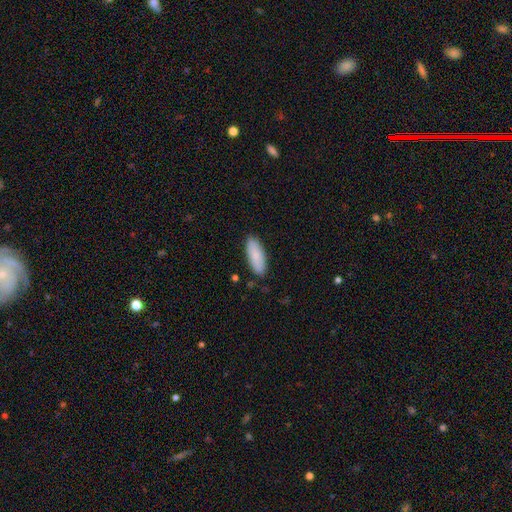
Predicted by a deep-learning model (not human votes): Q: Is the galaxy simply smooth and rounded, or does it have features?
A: smooth — 84%.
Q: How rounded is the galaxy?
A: in between — 68%.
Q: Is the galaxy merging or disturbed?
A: none — 87%.